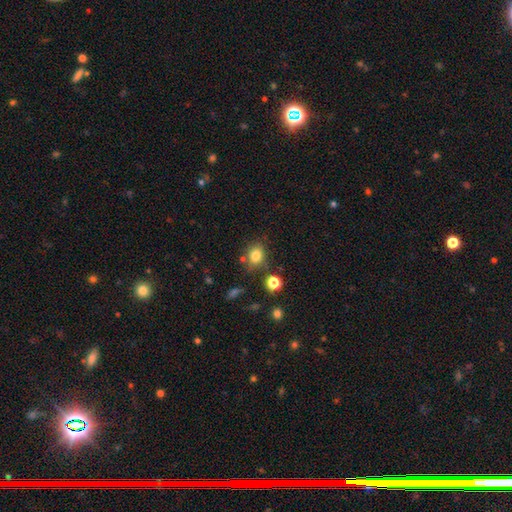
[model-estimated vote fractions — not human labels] The model was most divided on "how rounded": round: 54%, in between: 45%, cigar-shaped: 1%. More confident: smooth or featured — smooth (80%); merging — none (74%).